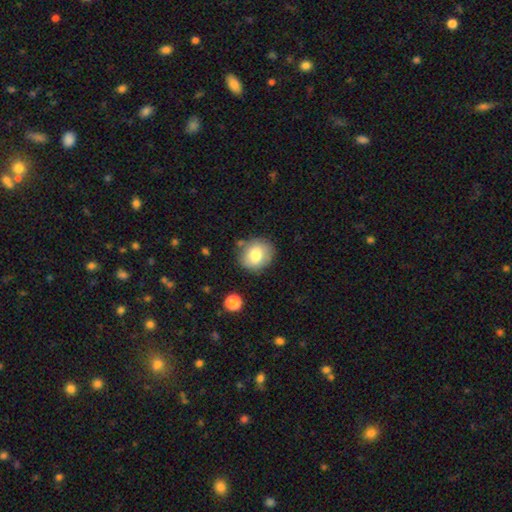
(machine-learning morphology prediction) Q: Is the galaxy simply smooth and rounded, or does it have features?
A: smooth — 76%.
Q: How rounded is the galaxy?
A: round — 67%.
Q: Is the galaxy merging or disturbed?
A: none — 78%.